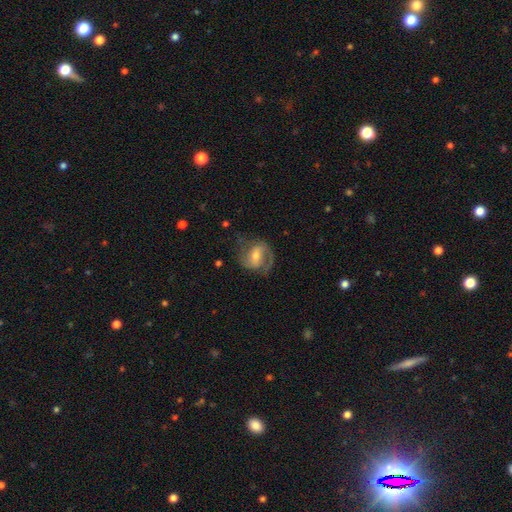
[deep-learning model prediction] The model was most divided on "bar": weak: 45%, no: 28%, strong: 27%. Remaining: edge-on disk — no (97%); spiral arms — yes (87%); spiral arm count — 2 (76%); smooth or featured — featured or disk (71%); merging — none (59%); bulge size — moderate (55%); spiral winding — medium (50%).